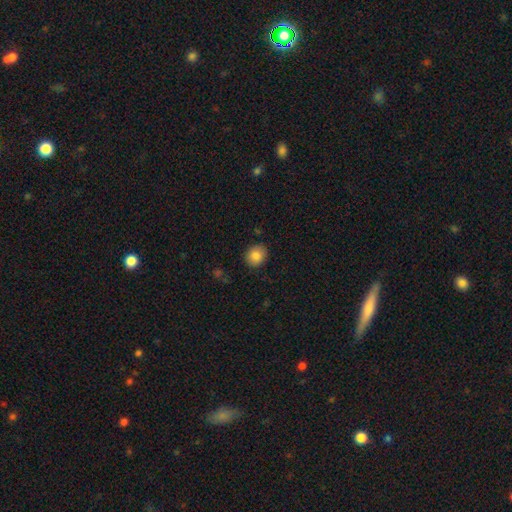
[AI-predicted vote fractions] smooth_or_featured: smooth (p=0.85) [alt: star or artifact p=0.09]
how_rounded: round (p=0.65) [alt: in between p=0.34]
merging: none (p=0.87) [alt: minor disturbance p=0.10]